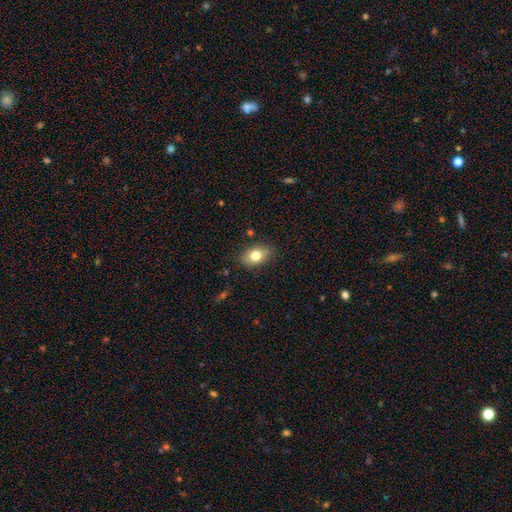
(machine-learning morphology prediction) A smooth galaxy with no disk features (77%) that is in between round and cigar-shaped (84%). Merging: none (84%).